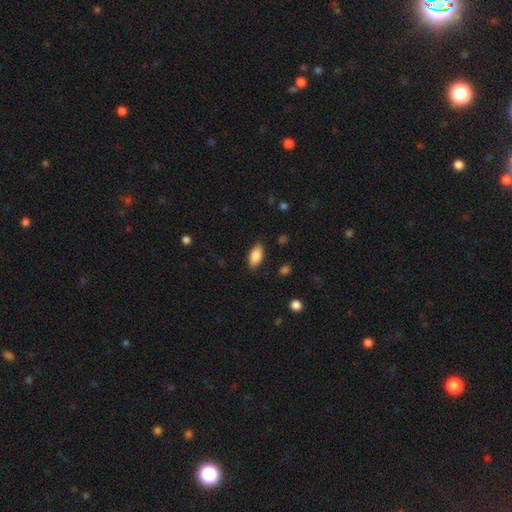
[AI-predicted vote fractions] This appears to be a smooth galaxy with no disk features (87%) that is in between round and cigar-shaped (89%). Merging: none (86%).